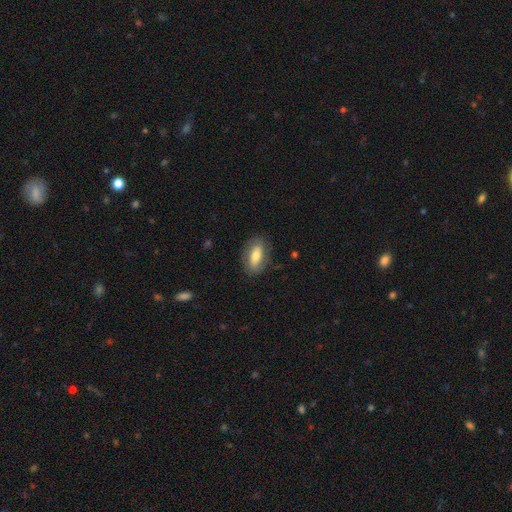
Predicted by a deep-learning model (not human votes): Smooth or featured?
  - smooth: 66% *
  - featured or disk: 27%
  - star or artifact: 7%
How rounded?
  - in between: 85% *
  - cigar-shaped: 9%
  - round: 5%
Merging?
  - none: 80% *
  - minor disturbance: 14%
  - major disturbance: 5%
  - merger: 1%